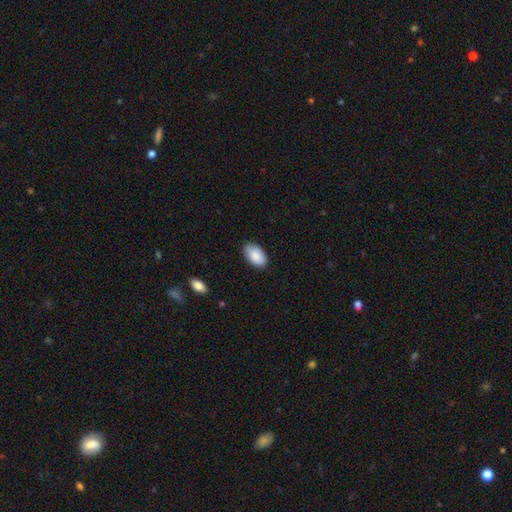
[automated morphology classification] Q: Smooth or featured?
A: smooth (89%); runner-up: star or artifact (6%)
Q: How rounded?
A: in between (95%); runner-up: round (4%)
Q: Merging?
A: none (85%); runner-up: minor disturbance (12%)